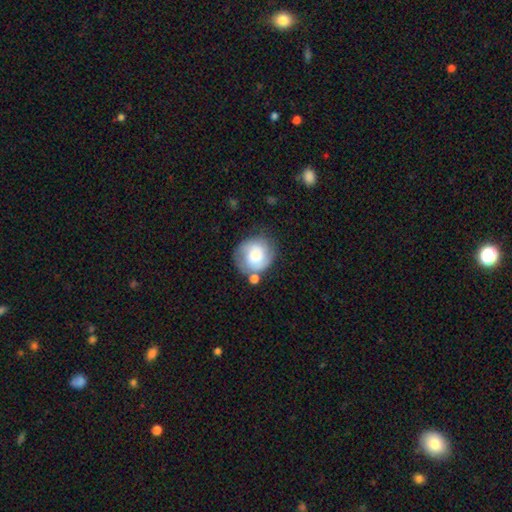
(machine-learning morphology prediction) smooth_or_featured: smooth (p=0.46) [tied with: featured or disk p=0.46]
merging: none (p=0.56) [alt: minor disturbance p=0.21]